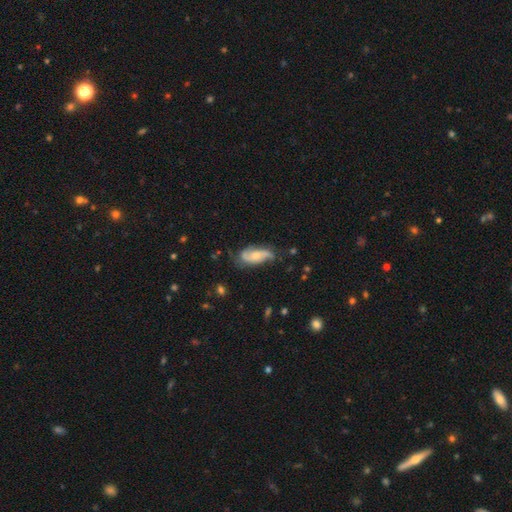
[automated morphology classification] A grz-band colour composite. It shows a featured or disk galaxy (72%) with no bar (63%), 2 (77%) loose (41%) spiral arms (92%) and a moderate central bulge (50%). Merging: none (62%).